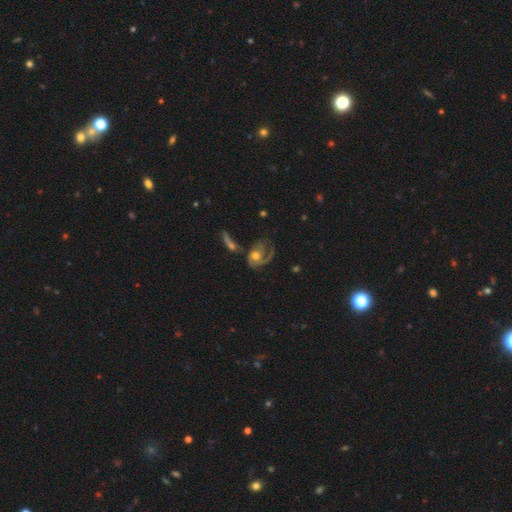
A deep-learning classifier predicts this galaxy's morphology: smooth_or_featured: featured or disk (p=0.76) [alt: smooth p=0.18]
disk_edge_on: no (p=0.96) [alt: yes p=0.04]
bar: no (p=0.75) [alt: weak p=0.20]
has_spiral_arms: yes (p=0.87) [alt: no p=0.13]
spiral_winding: medium (p=0.39) [alt: tight p=0.32]
spiral_arm_count: 1 (p=0.59) [alt: 2 p=0.27]
bulge_size: moderate (p=0.69) [alt: small p=0.16]
merging: none (p=0.34) [alt: major disturbance p=0.33]